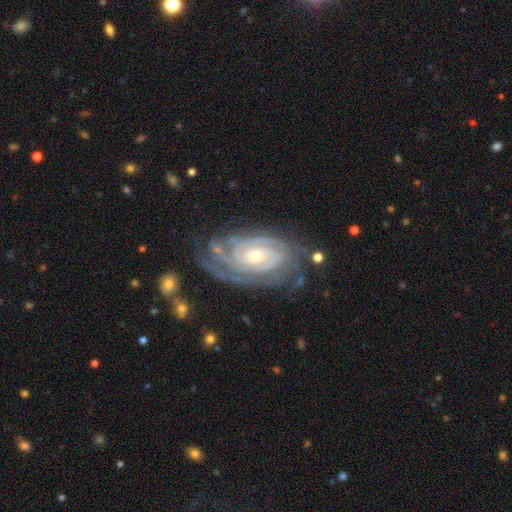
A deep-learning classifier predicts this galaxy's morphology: This appears to be a featured or disk galaxy (91%) with no bar (66%), 3 (26%) tight (82%) spiral arms (98%) and a small central bulge (58%). Merging: none (66%).